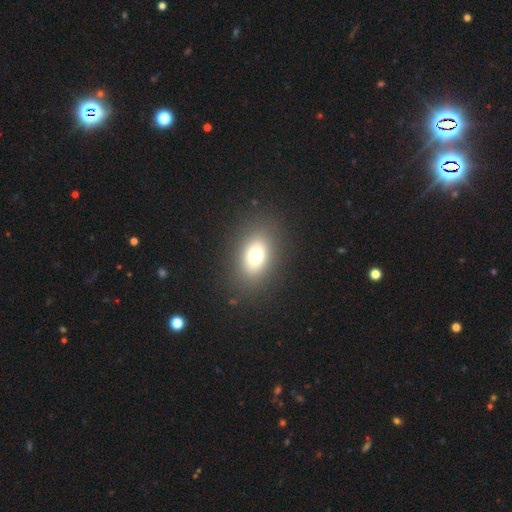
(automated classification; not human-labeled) smooth_or_featured: smooth (p=0.69) [alt: star or artifact p=0.15]
how_rounded: in between (p=0.70) [alt: round p=0.28]
merging: none (p=0.86) [alt: minor disturbance p=0.08]